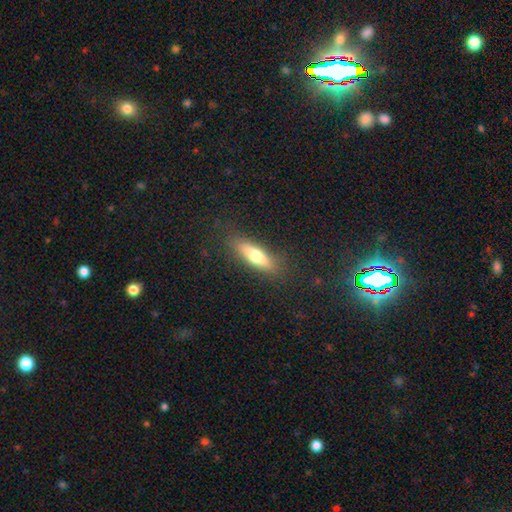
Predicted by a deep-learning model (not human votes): Smooth or featured? smooth (65%)
How rounded? cigar-shaped (59%)
Merging? none (85%)